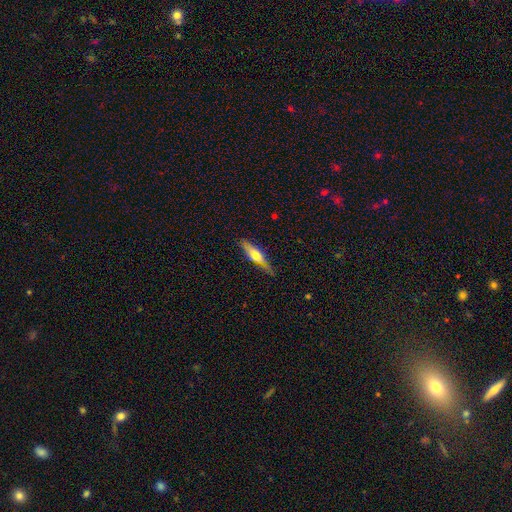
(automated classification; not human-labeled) Smooth or featured?
  - smooth: 48% *
  - featured or disk: 46%
  - star or artifact: 6%
Merging?
  - none: 75% *
  - minor disturbance: 19%
  - major disturbance: 4%
  - merger: 2%